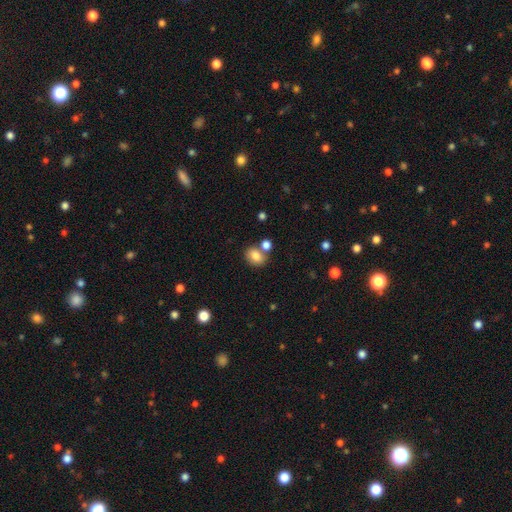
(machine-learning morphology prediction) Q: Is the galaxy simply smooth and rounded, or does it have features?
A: smooth — 82%.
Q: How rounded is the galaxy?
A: in between — 53%.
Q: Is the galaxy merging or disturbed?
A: none — 59%.